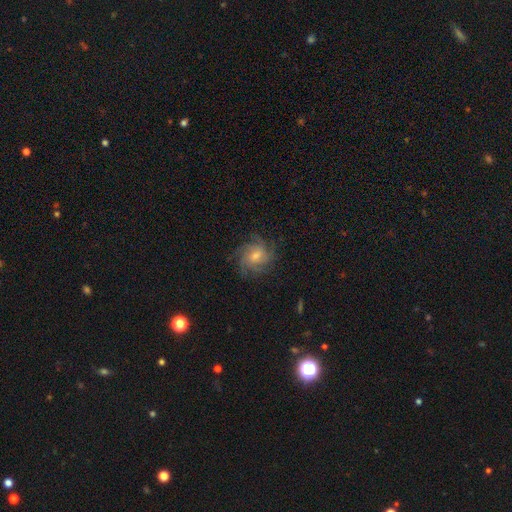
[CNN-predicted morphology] Smooth or featured?
  - featured or disk: 72% *
  - smooth: 16%
  - star or artifact: 12%
Edge-on disk?
  - no: 97% *
  - yes: 3%
Bar?
  - no: 62% *
  - weak: 33%
  - strong: 5%
Spiral arms?
  - yes: 95% *
  - no: 5%
Spiral winding?
  - tight: 50% *
  - medium: 38%
  - loose: 12%
Spiral arm count?
  - 4: 30% *
  - can't tell: 27%
  - 3: 15%
  - more than 4: 13%
  - 2: 8%
  - 1: 7%
Bulge size?
  - moderate: 48% *
  - small: 45%
  - large: 4%
  - none: 3%
  - dominant: 1%
Merging?
  - none: 79% *
  - minor disturbance: 13%
  - major disturbance: 6%
  - merger: 1%